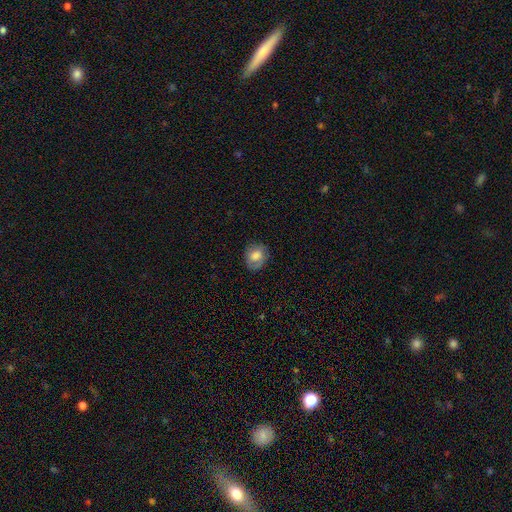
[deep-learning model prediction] Smooth or featured: smooth — 72% (featured or disk — 20%)
How rounded: round — 55% (in between — 44%)
Merging: none — 72% (minor disturbance — 20%)